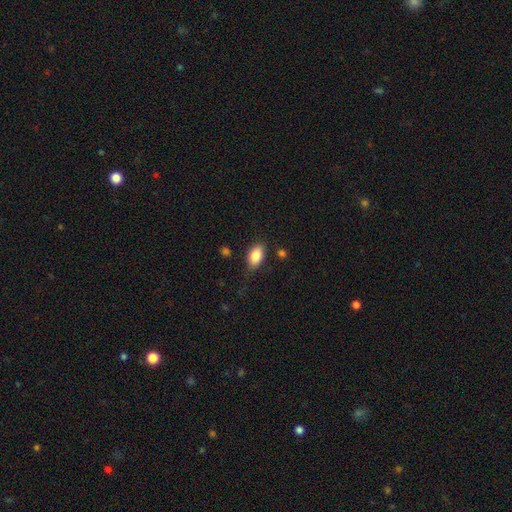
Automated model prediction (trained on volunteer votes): smooth_or_featured: smooth (p=0.86) [alt: star or artifact p=0.07]
how_rounded: in between (p=0.92) [alt: round p=0.05]
merging: none (p=0.79) [alt: minor disturbance p=0.15]